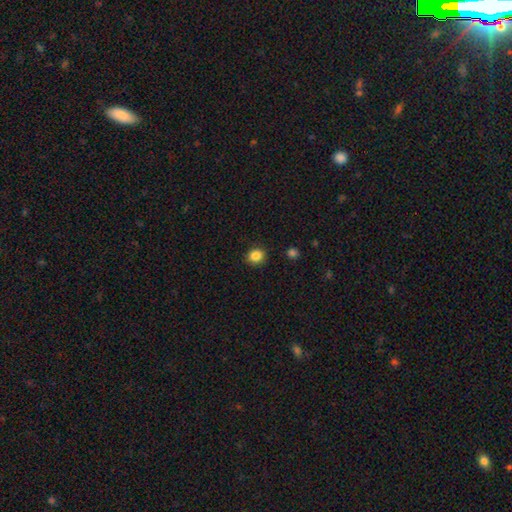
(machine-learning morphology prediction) The model was most divided on "how rounded": round: 72%, in between: 28%, cigar-shaped: 1%. More confident: merging — none (90%); smooth or featured — smooth (86%).